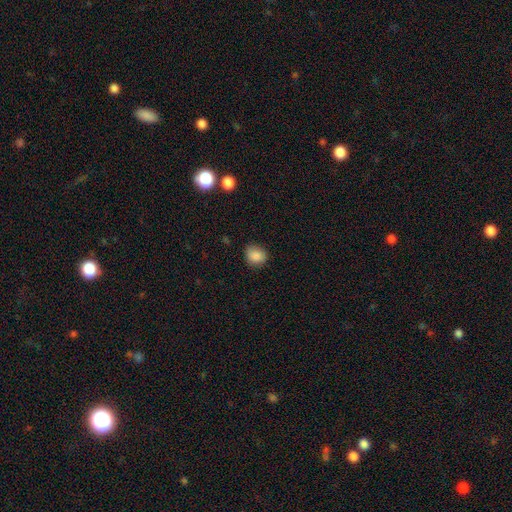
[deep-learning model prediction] Q: Smooth or featured?
A: smooth (86%); runner-up: star or artifact (9%)
Q: How rounded?
A: round (65%); runner-up: in between (34%)
Q: Merging?
A: none (77%); runner-up: minor disturbance (18%)